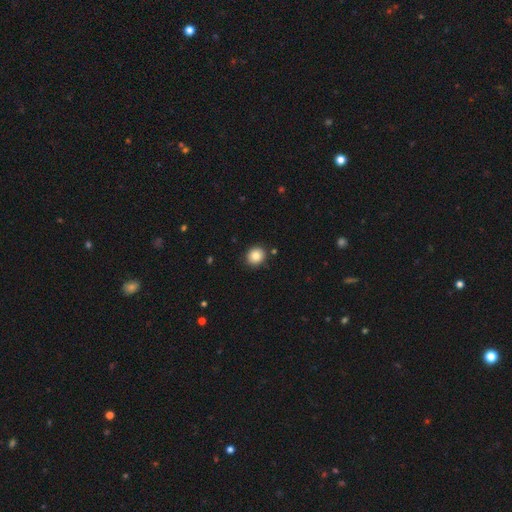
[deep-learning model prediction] smooth_or_featured: smooth (p=0.84) [alt: star or artifact p=0.10]
how_rounded: round (p=0.85) [alt: in between p=0.14]
merging: none (p=0.88) [alt: minor disturbance p=0.08]